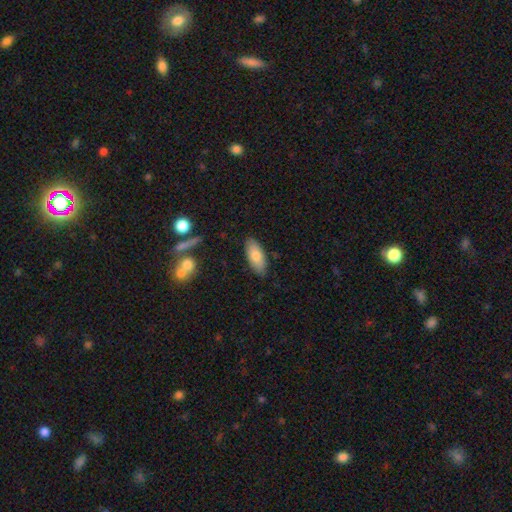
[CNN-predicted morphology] Smooth or featured: smooth — 79% (featured or disk — 15%)
How rounded: in between — 82% (cigar-shaped — 16%)
Merging: none — 85% (minor disturbance — 11%)